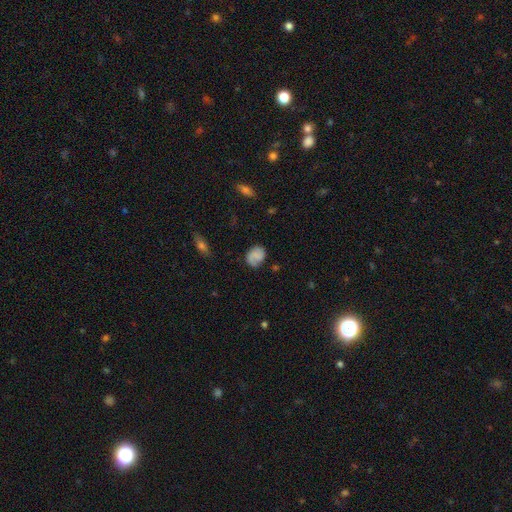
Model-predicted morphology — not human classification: Overall: smooth (63%; featured or disk 27%). How rounded: in between (53%; round 46%). Merging: none (67%).